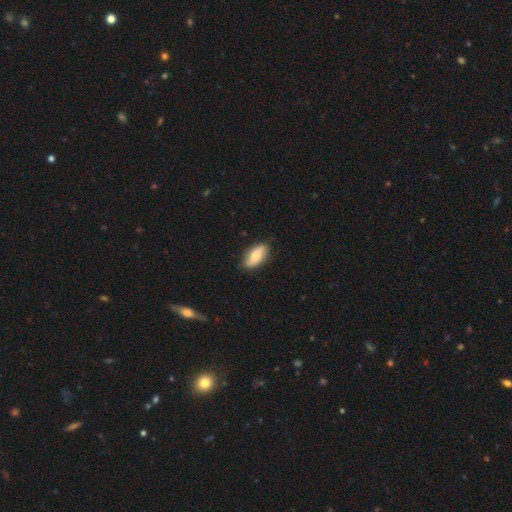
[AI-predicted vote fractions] Overall: smooth (76%). How rounded: in between (88%). Merging: none (81%).